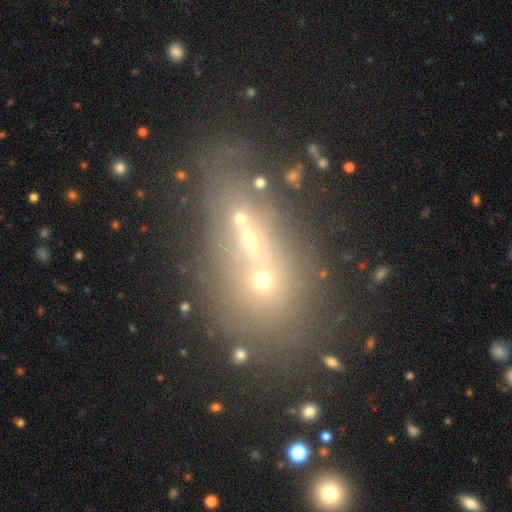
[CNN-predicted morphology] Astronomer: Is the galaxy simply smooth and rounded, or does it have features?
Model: smooth — 35% (runner-up: star or artifact, 33%).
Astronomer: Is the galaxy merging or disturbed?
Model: merger — 56% (runner-up: none, 31%).